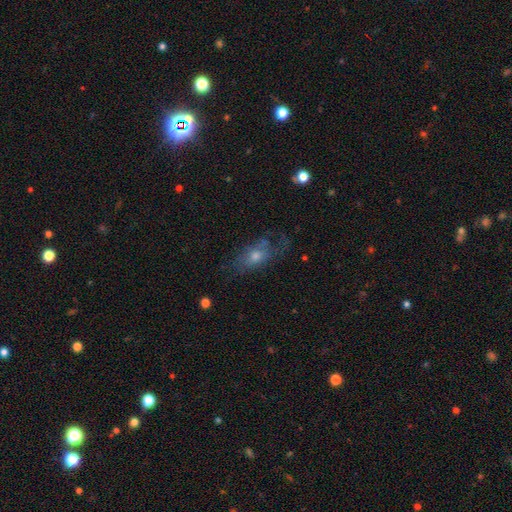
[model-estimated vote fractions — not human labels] smooth 44%, featured or disk 42%, star or artifact 13%. Down the decision tree: merging — none (53%).